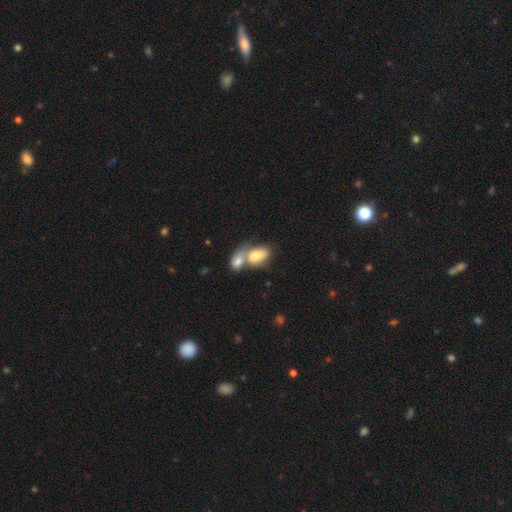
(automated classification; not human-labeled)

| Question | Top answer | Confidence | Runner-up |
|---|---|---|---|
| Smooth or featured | smooth | 74% | featured or disk (19%) |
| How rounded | in between | 87% | round (11%) |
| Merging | merger | 69% | none (19%) |